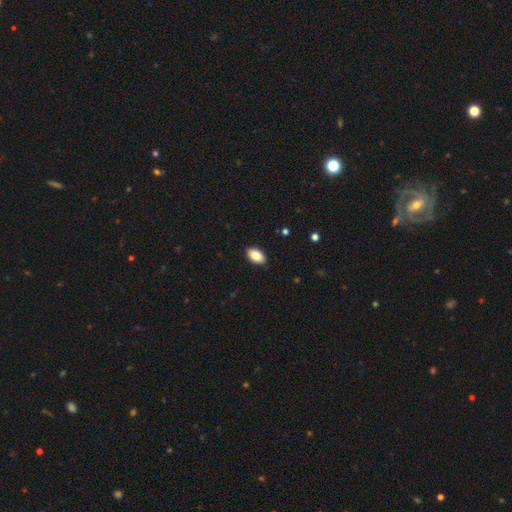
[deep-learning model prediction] Smooth or featured? Predicted: smooth (p=0.85). How rounded? Predicted: in between (p=0.93). Merging? Predicted: none (p=0.90).